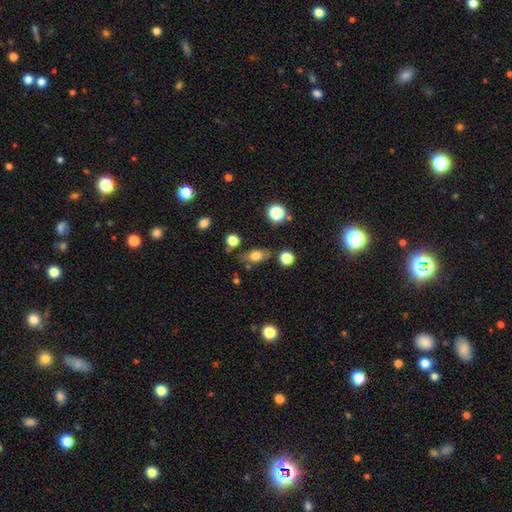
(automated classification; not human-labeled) This is likely a smooth galaxy (71%). How rounded: likely in between (76%). Merging: likely none (74%).